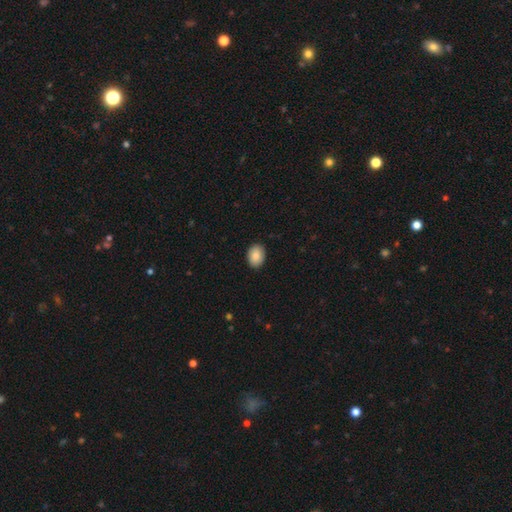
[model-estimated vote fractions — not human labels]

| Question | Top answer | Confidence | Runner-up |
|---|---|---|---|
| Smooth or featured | smooth | 88% | star or artifact (7%) |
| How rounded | in between | 75% | round (25%) |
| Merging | none | 89% | minor disturbance (8%) |